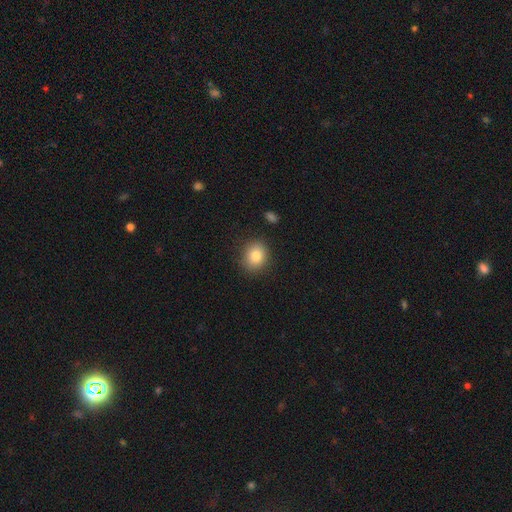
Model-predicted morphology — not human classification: type=smooth (83%); roundness=round (70%); merging=none (86%).